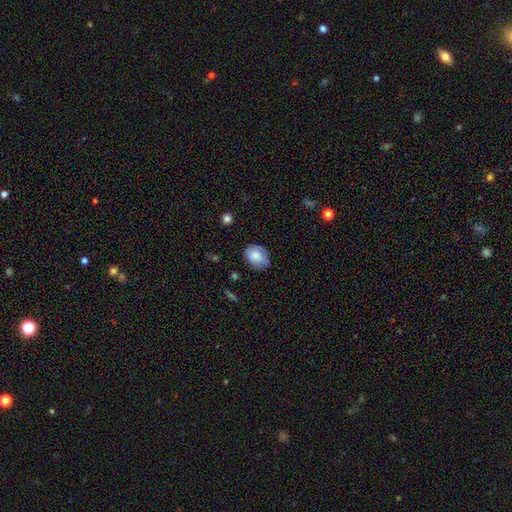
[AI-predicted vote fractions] A smooth galaxy with no disk features (79%) that is in between round and cigar-shaped (56%). Merging: none (71%).